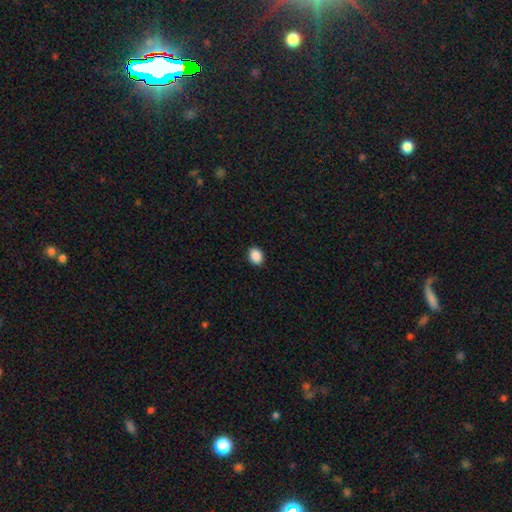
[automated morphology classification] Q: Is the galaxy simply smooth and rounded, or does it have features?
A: smooth — 89%.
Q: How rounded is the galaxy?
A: in between — 56%.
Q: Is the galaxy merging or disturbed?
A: none — 90%.